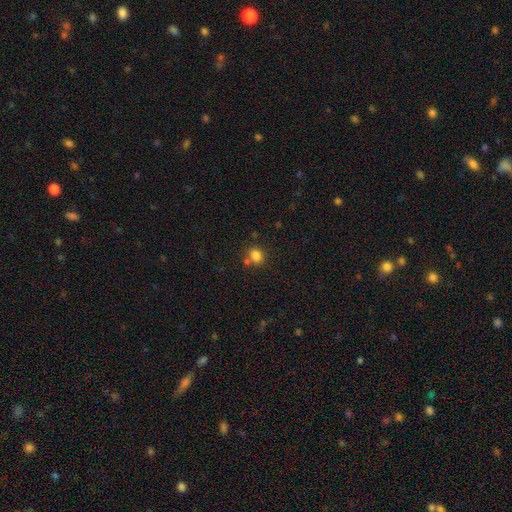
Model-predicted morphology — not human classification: The model was most divided on "how rounded": round: 69%, in between: 30%, cigar-shaped: 1%. More confident: smooth or featured — smooth (82%); merging — none (69%).